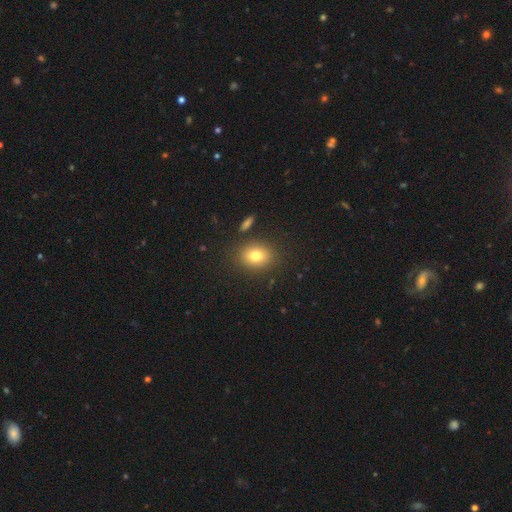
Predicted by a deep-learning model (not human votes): Morphology: type=smooth (79%); roundness=round (50%); merging=none (84%).